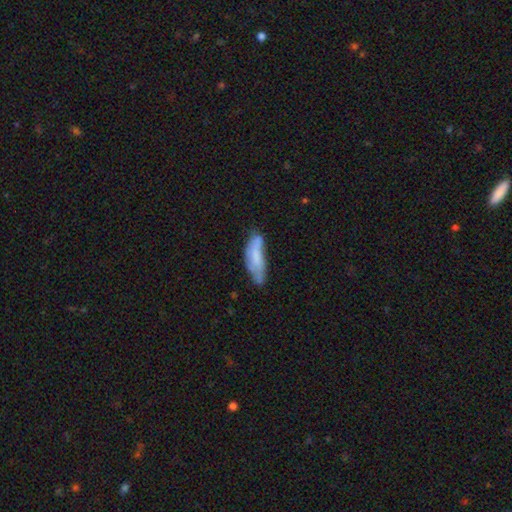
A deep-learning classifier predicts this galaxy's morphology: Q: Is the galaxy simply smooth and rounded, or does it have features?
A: smooth — 63%.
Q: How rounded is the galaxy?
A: in between — 52%.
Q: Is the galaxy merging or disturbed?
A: none — 46%.